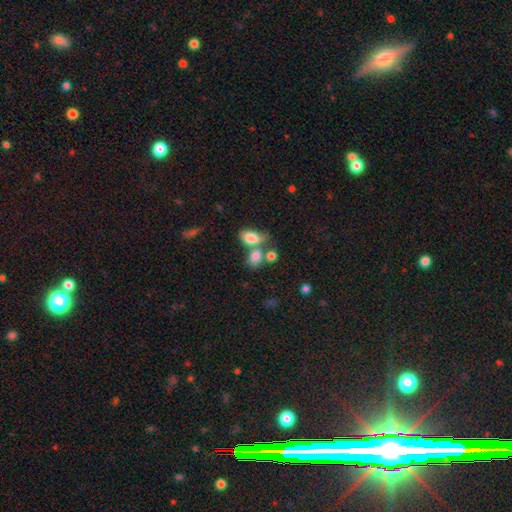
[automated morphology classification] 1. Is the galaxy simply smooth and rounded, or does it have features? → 79% smooth, 10% star or artifact, 10% featured or disk.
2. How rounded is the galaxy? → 75% in between, 23% round, 2% cigar-shaped.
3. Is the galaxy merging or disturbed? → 46% merger, 34% none, 12% minor disturbance, 7% major disturbance.